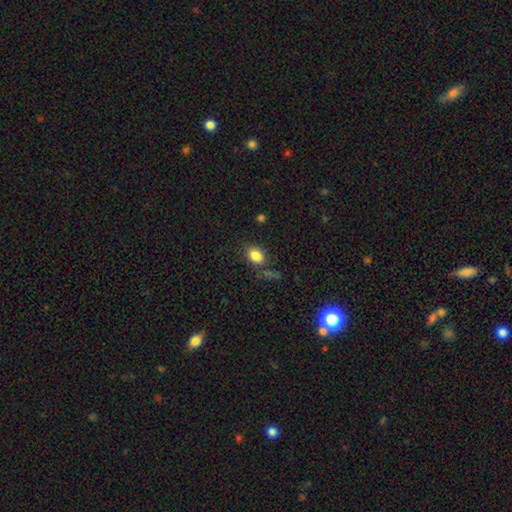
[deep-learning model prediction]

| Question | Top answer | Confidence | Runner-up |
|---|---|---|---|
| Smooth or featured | smooth | 84% | star or artifact (10%) |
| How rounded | in between | 66% | round (33%) |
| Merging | none | 73% | minor disturbance (15%) |